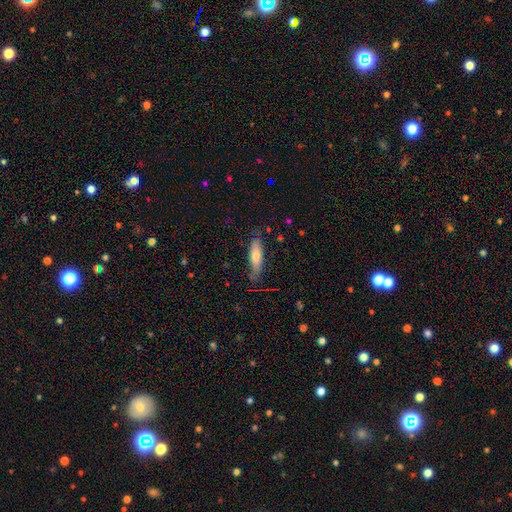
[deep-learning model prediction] smooth-or-featured: smooth: 57% | featured or disk: 36% | star or artifact: 7%
  how-rounded: cigar-shaped: 67% | in between: 31% | round: 2%
  merging: none: 73% | minor disturbance: 20% | major disturbance: 5% | merger: 1%